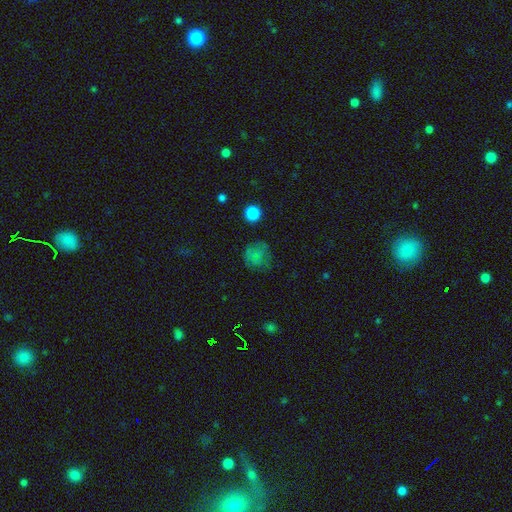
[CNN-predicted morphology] Smooth or featured? Predicted: smooth (p=0.72). How rounded? Predicted: round (p=0.85). Merging? Predicted: none (p=0.64).